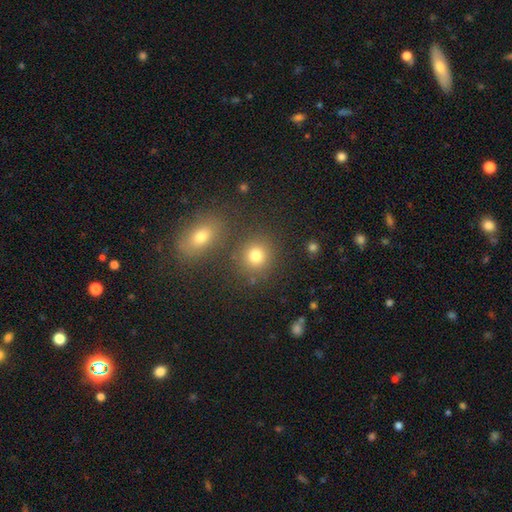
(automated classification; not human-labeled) Morphology: type=smooth (77%); roundness=round (84%); merging=none (77%).